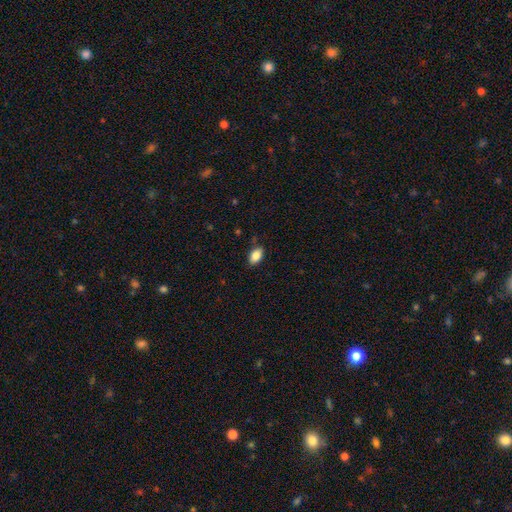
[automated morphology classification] A smooth galaxy with no disk features (86%) that is in between round and cigar-shaped (92%). Merging: none (84%).